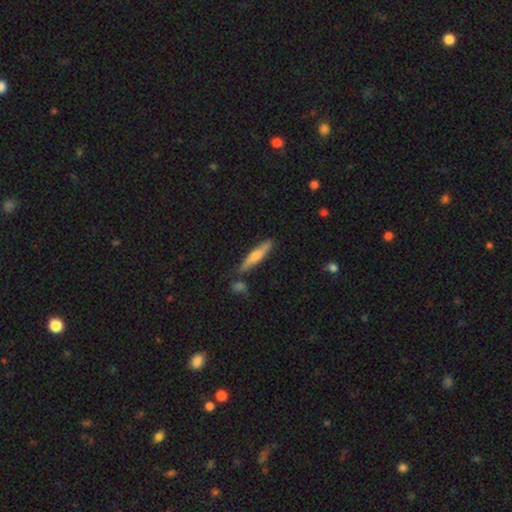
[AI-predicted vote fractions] Smooth or featured? smooth (50%)
Merging? none (79%)